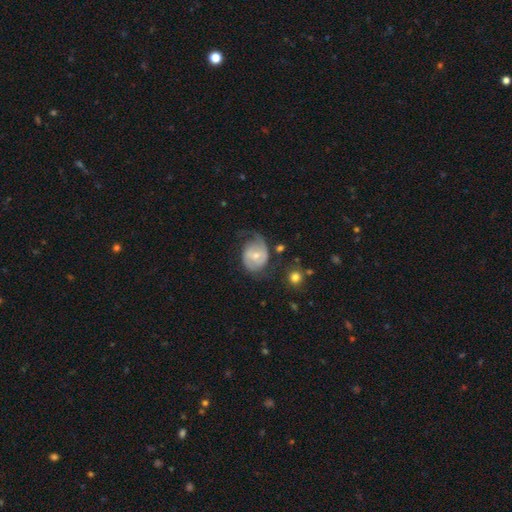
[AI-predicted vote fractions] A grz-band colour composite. It shows a featured or disk galaxy (70%) with no bar (45%), 2 (70%) medium (42%) spiral arms (87%) and a moderate central bulge (48%). Merging: none (50%).